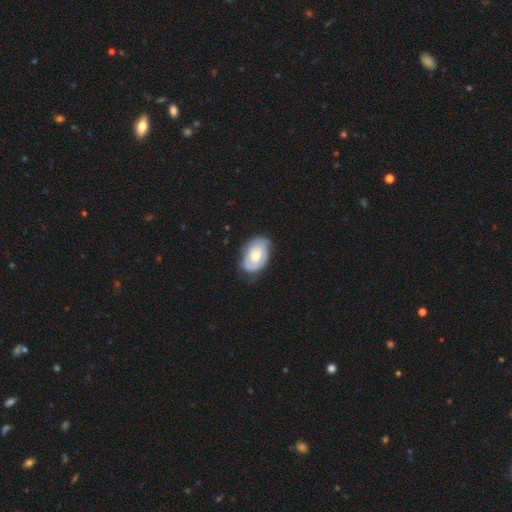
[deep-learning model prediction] Morphology: type=featured or disk (53%); edge-on=no (95%); bar=no (78%); spiral arms=yes (73%); bulge=moderate (60%); merging=none (67%).